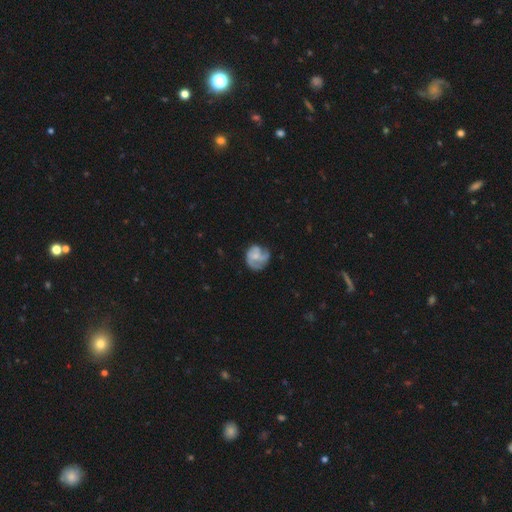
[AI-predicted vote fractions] Smooth or featured: featured or disk — 62% (smooth — 30%)
Edge-on disk: no — 98% (yes — 2%)
Bar: no — 71% (weak — 25%)
Spiral arms: yes — 83% (no — 17%)
Spiral winding: medium — 43% (tight — 33%)
Spiral arm count: 3 — 35% (2 — 25%)
Bulge size: small — 55% (moderate — 28%)
Merging: none — 52% (minor disturbance — 26%)